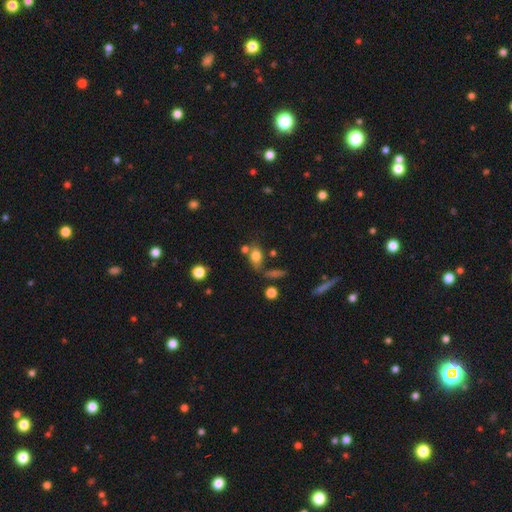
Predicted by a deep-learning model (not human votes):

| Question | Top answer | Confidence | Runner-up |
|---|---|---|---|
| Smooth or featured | smooth | 77% | featured or disk (12%) |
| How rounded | in between | 74% | round (21%) |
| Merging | none | 50% | merger (21%) |